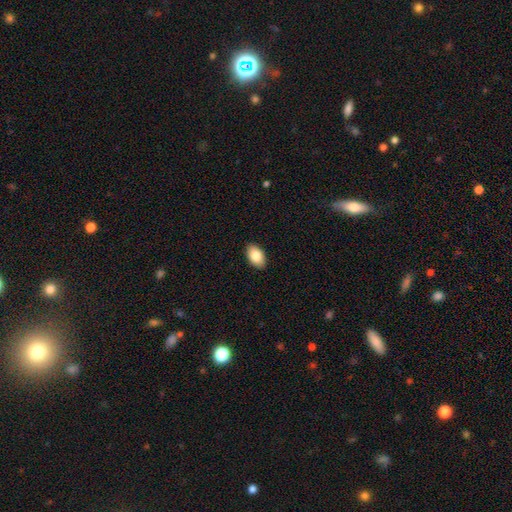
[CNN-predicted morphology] Smooth or featured: smooth — 84% (featured or disk — 9%)
How rounded: in between — 92% (round — 7%)
Merging: none — 90% (minor disturbance — 7%)